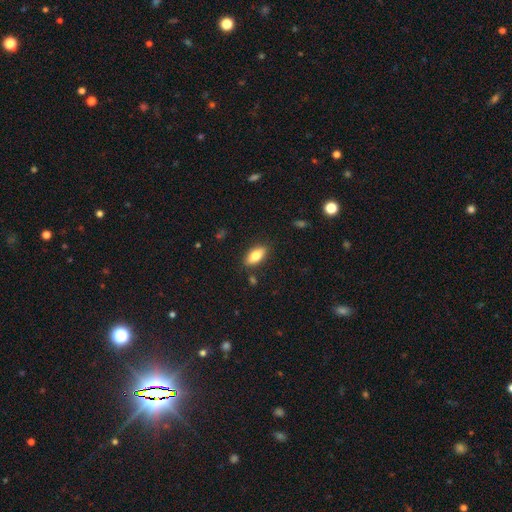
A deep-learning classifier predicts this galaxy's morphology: Smooth or featured?
  - smooth: 78% *
  - featured or disk: 15%
  - star or artifact: 7%
How rounded?
  - in between: 86% *
  - cigar-shaped: 11%
  - round: 3%
Merging?
  - none: 86% *
  - minor disturbance: 10%
  - major disturbance: 2%
  - merger: 2%